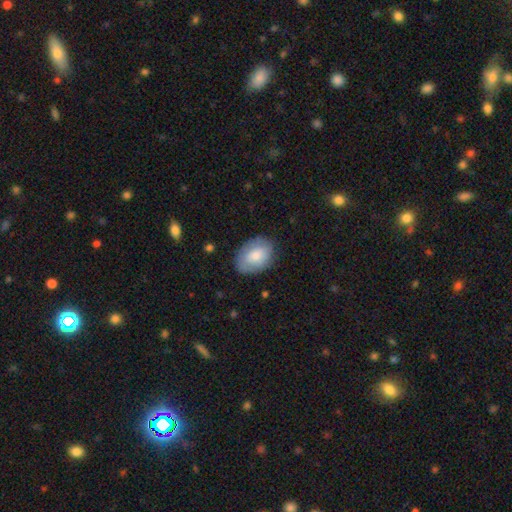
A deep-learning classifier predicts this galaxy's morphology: This appears to be a smooth galaxy with no disk features (72%) that is in between round and cigar-shaped (80%). Merging: none (79%).